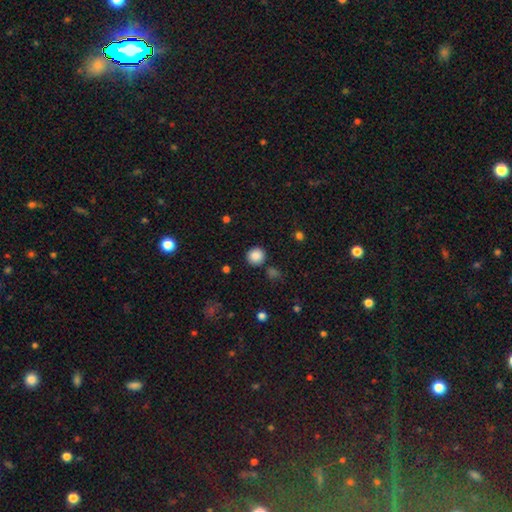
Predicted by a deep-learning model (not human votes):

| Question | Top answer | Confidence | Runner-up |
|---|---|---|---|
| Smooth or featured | smooth | 87% | star or artifact (10%) |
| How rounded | round | 92% | in between (7%) |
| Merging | none | 87% | minor disturbance (7%) |